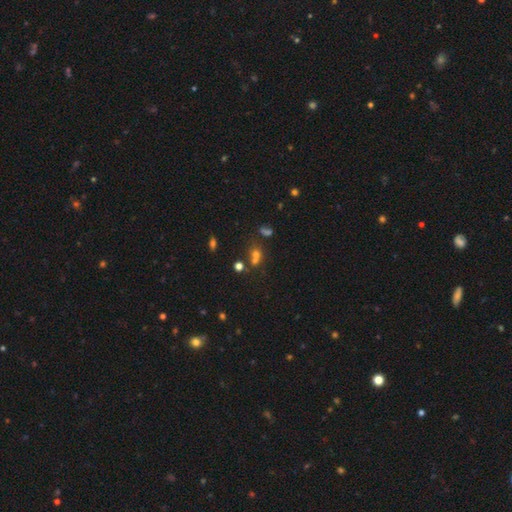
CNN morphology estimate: This is possibly a smooth galaxy (51%). How rounded: likely round (62%). Merging: marginally none (45%).